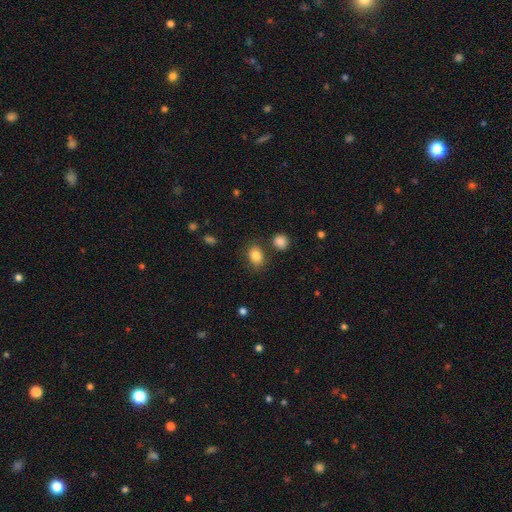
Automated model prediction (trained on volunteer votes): The model was most divided on "how rounded": in between: 70%, round: 29%, cigar-shaped: 1%. More confident: smooth or featured — smooth (84%); merging — none (77%).